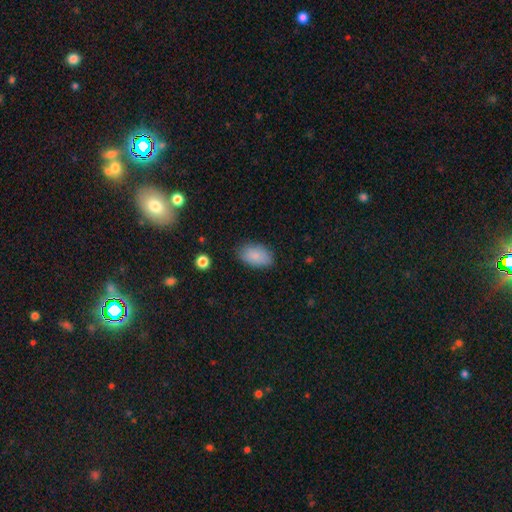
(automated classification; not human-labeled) Smooth or featured? smooth (86%)
How rounded? in between (92%)
Merging? none (79%)